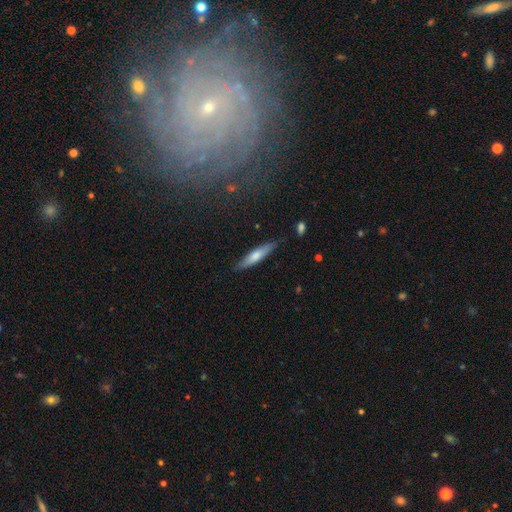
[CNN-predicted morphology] This is likely a smooth galaxy (62%). How rounded: clearly cigar-shaped (84%). Merging: clearly none (85%).